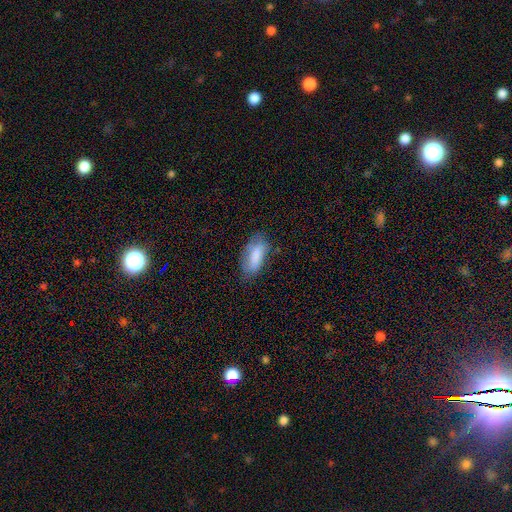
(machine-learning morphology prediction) This appears to be a smooth galaxy with no disk features (78%) that is in between round and cigar-shaped (85%). Merging: none (61%).